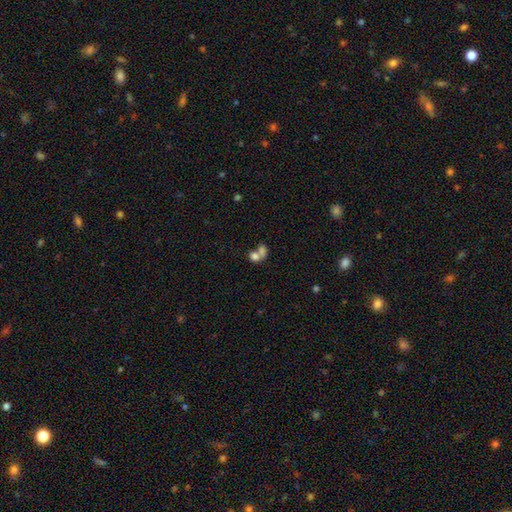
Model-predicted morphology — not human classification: smooth 74%, featured or disk 16%, star or artifact 10%. Down the decision tree: how rounded — in between (55%); merging — merger (68%).